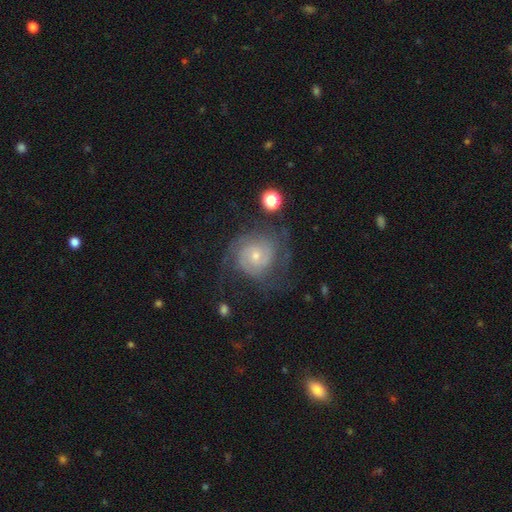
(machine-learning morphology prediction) smooth-or-featured: featured or disk: 77% | smooth: 15% | star or artifact: 8%
  disk-edge-on: no: 98% | yes: 2%
    bar: no: 73% | weak: 23% | strong: 4%
    has-spiral-arms: yes: 91% | no: 9%
      spiral-winding: tight: 56% | medium: 33% | loose: 11%
      spiral-arm-count: 2: 39% | can't tell: 33% | 3: 14% | 1: 5% | 4: 5% | more than 4: 4%
    bulge-size: small: 65% | moderate: 31% | large: 2% | none: 2% | dominant: 1%
  merging: none: 60% | minor disturbance: 20% | major disturbance: 18% | merger: 2%